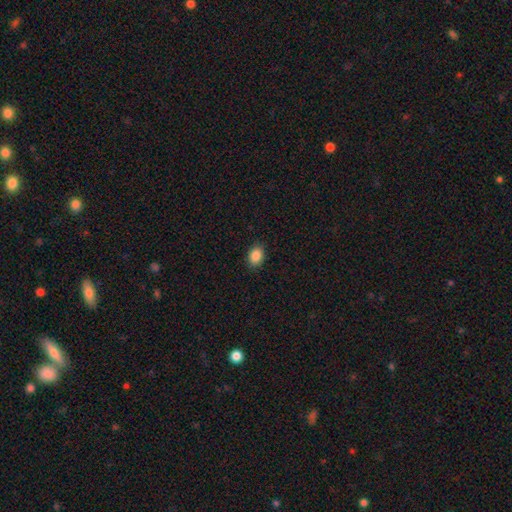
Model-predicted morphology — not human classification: Smooth or featured: smooth — 87% (star or artifact — 9%)
How rounded: in between — 75% (round — 24%)
Merging: none — 89% (minor disturbance — 8%)